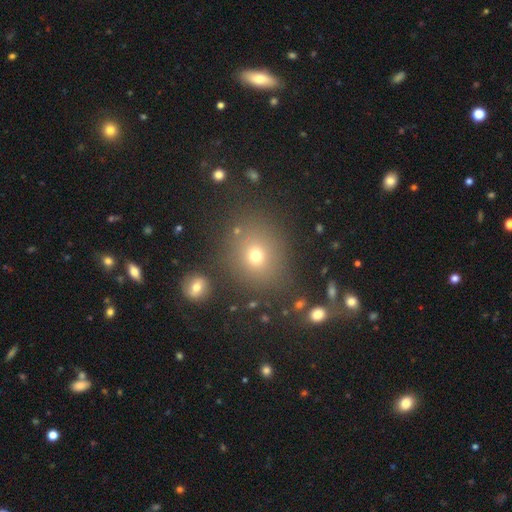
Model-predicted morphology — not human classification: A smooth galaxy with no disk features (70%) that is round (69%). Merging: none (80%).